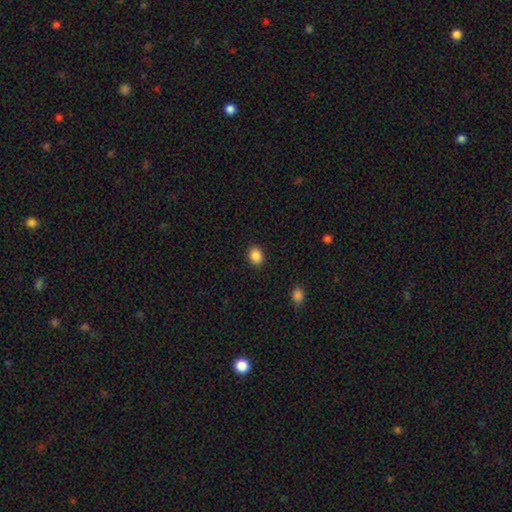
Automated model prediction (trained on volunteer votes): Smooth or featured?
  - smooth: 88% *
  - star or artifact: 9%
  - featured or disk: 3%
How rounded?
  - round: 54% *
  - in between: 45%
  - cigar-shaped: 1%
Merging?
  - none: 89% *
  - minor disturbance: 7%
  - major disturbance: 2%
  - merger: 1%